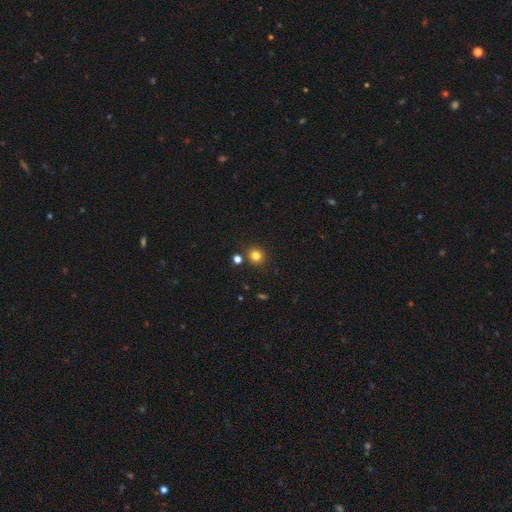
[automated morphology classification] Smooth or featured: smooth — 80% (star or artifact — 14%)
How rounded: round — 88% (in between — 11%)
Merging: none — 85% (minor disturbance — 7%)